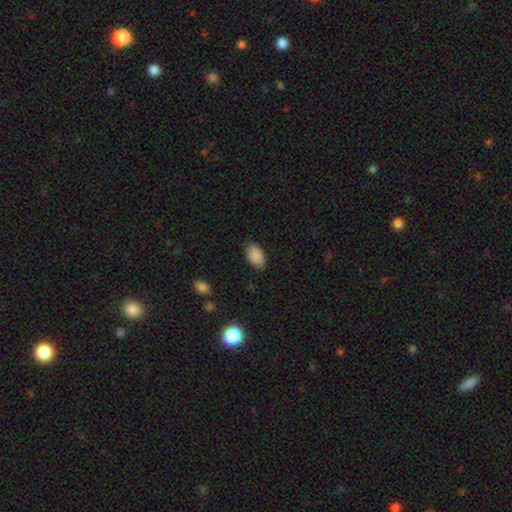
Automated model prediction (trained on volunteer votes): A smooth galaxy with no disk features (89%) that is in between round and cigar-shaped (93%).

Vote fractions:
- Smooth or featured? smooth: 89% / star or artifact: 7% / featured or disk: 4%
- How rounded? in between: 93% / round: 5% / cigar-shaped: 1%
- Merging? none: 84% / minor disturbance: 12% / major disturbance: 3% / merger: 1%